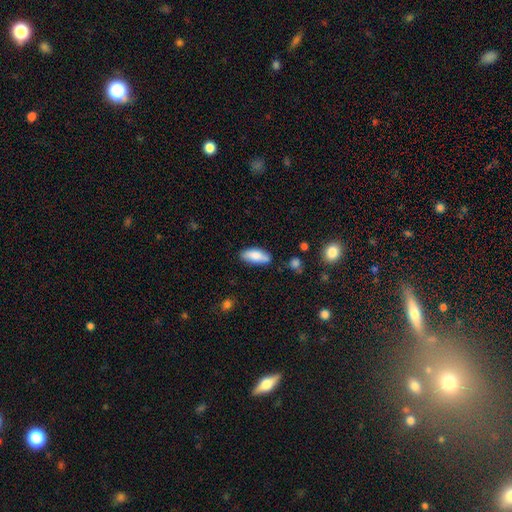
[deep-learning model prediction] This is clearly a smooth galaxy (81%). How rounded: clearly in between (81%). Merging: likely none (78%).